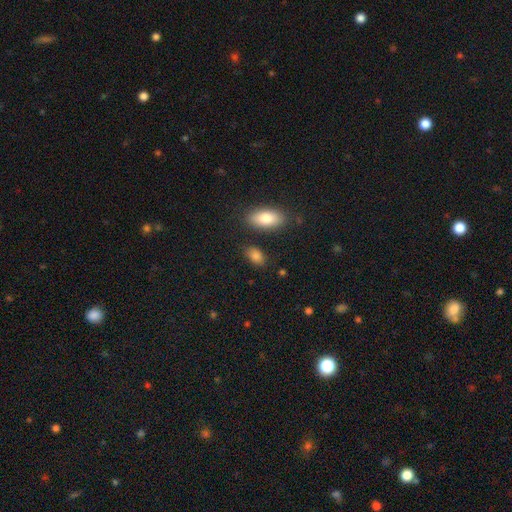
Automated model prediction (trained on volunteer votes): Smooth or featured: smooth — 85% (star or artifact — 9%)
How rounded: in between — 88% (round — 9%)
Merging: none — 79% (minor disturbance — 13%)